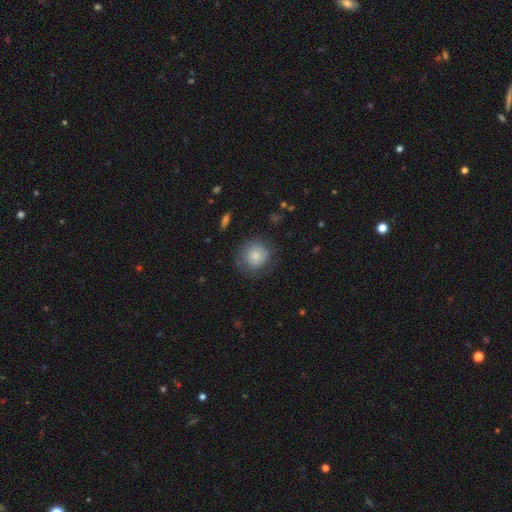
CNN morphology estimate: The model was most divided on "merging": none: 72%, minor disturbance: 19%, major disturbance: 8%, merger: 1%. More confident: how rounded — round (91%); smooth or featured — smooth (78%).